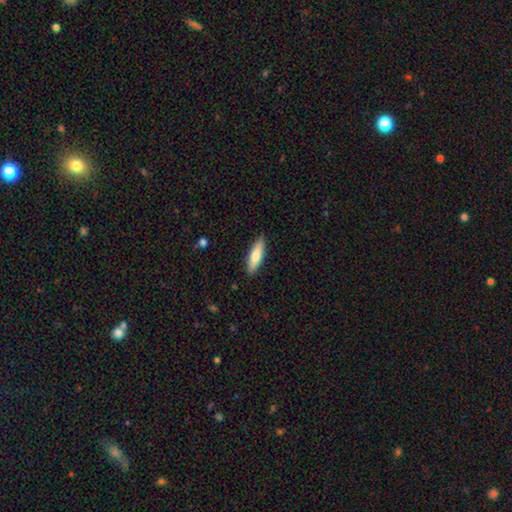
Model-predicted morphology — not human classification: Smooth or featured: smooth — 69% (featured or disk — 25%)
How rounded: cigar-shaped — 64% (in between — 34%)
Merging: none — 89% (minor disturbance — 8%)